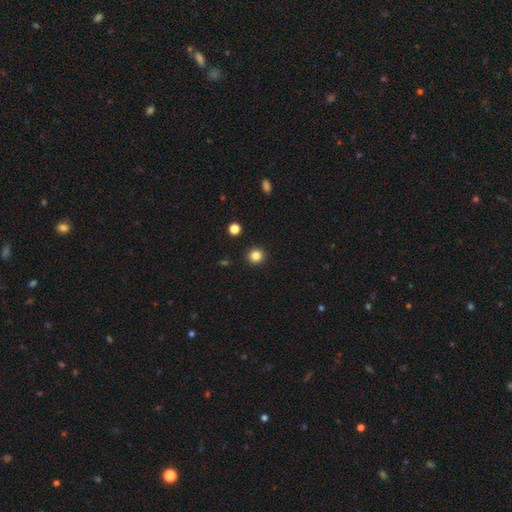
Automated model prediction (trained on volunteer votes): The model was most divided on "smooth or featured": smooth: 84%, star or artifact: 12%, featured or disk: 4%. More confident: merging — none (92%); how rounded — round (92%).